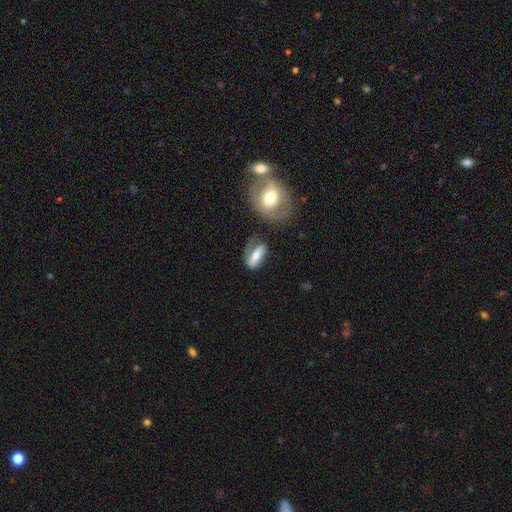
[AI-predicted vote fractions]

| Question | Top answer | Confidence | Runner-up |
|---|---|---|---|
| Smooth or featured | featured or disk | 46% | tied: smooth (46%) |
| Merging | none | 50% | minor disturbance (23%) |